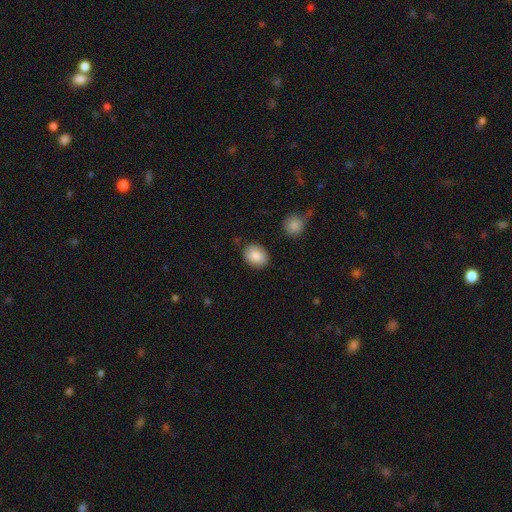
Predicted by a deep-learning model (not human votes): smooth_or_featured: smooth (p=0.86) [alt: star or artifact p=0.07]
how_rounded: in between (p=0.60) [alt: round p=0.39]
merging: none (p=0.84) [alt: minor disturbance p=0.11]